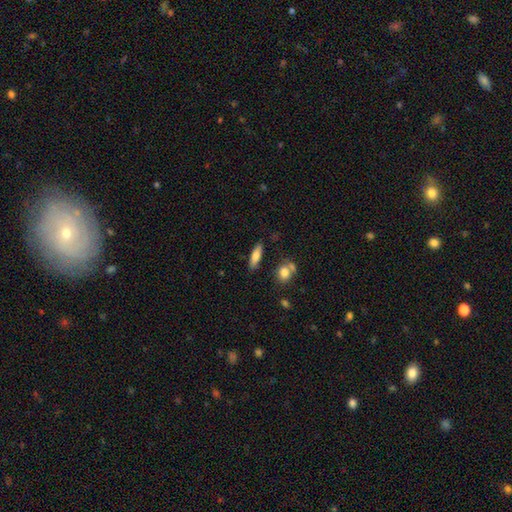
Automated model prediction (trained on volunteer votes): Morphology: type=smooth (72%); roundness=cigar-shaped (53%); merging=none (81%).